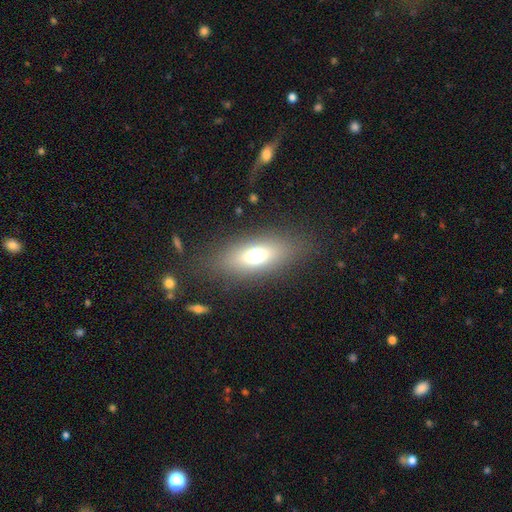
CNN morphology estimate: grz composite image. It shows a smooth galaxy with no disk features (66%) that is in between round and cigar-shaped (74%). Merging: none (81%).